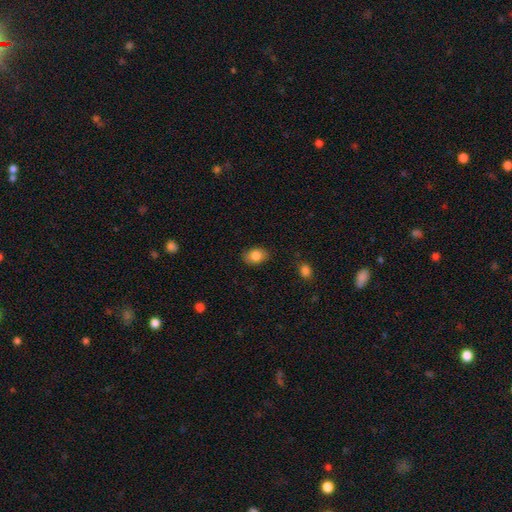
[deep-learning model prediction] A smooth galaxy with no disk features (84%) that is in between round and cigar-shaped (74%). Merging: none (85%).